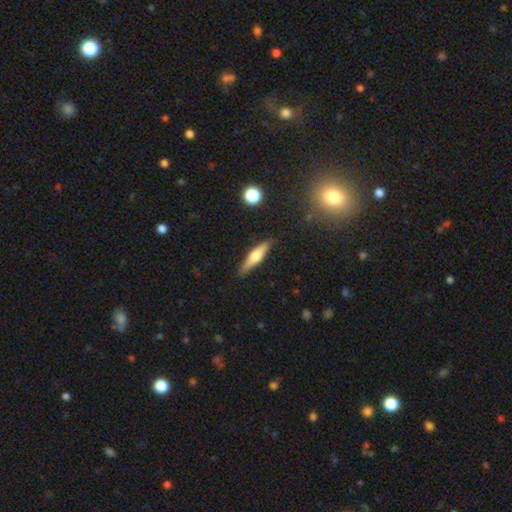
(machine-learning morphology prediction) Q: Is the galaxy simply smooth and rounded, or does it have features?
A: featured or disk — 50%.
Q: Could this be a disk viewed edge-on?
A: yes — 94%.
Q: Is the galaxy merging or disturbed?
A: none — 86%.